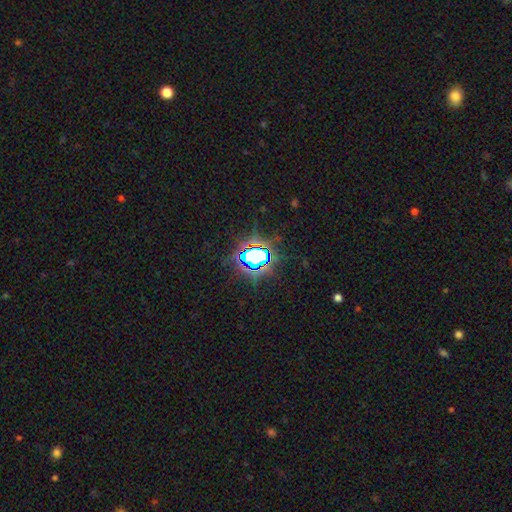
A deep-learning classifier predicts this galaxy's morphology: smooth-or-featured: star or artifact: 77% | smooth: 15% | featured or disk: 9%